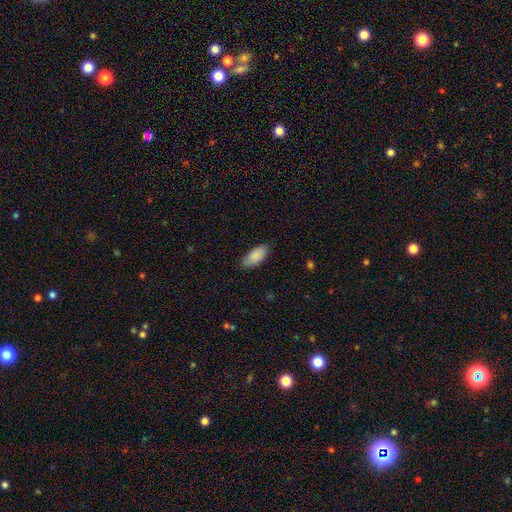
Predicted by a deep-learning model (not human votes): smooth_or_featured: smooth (p=0.87) [alt: featured or disk p=0.07]
how_rounded: in between (p=0.91) [alt: cigar-shaped p=0.07]
merging: none (p=0.75) [alt: minor disturbance p=0.21]